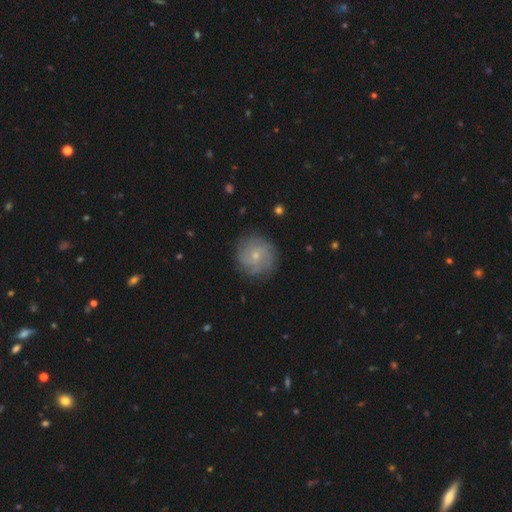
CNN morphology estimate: featured or disk 67%, smooth 25%, star or artifact 8%. Down the decision tree: edge-on disk — no (97%); bar — no (78%); spiral arms — yes (91%); spiral arm count — can't tell (39%); spiral winding — tight (62%); bulge size — small (75%); merging — none (83%).